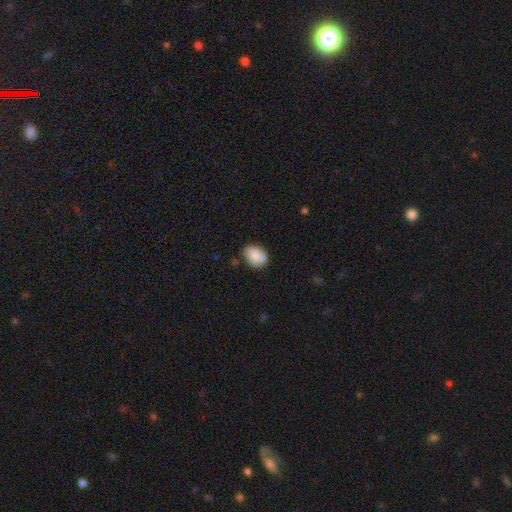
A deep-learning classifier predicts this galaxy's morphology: Q: Smooth or featured?
A: smooth (84%); runner-up: featured or disk (9%)
Q: How rounded?
A: in between (74%); runner-up: round (25%)
Q: Merging?
A: none (72%); runner-up: minor disturbance (21%)